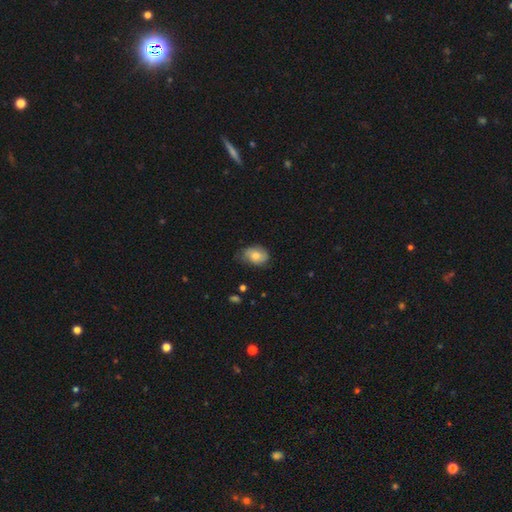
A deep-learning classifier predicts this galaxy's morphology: Smooth or featured? smooth (73%)
How rounded? in between (79%)
Merging? none (61%)